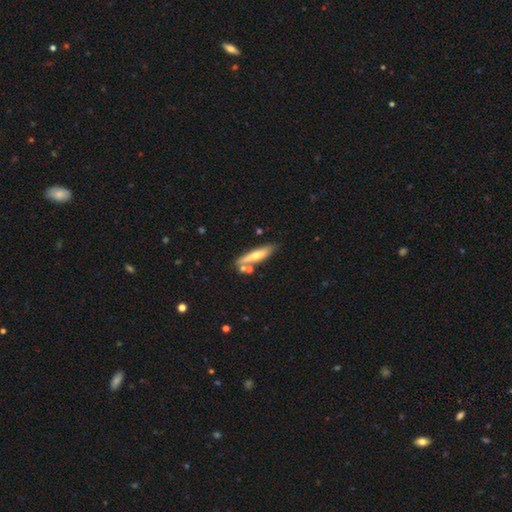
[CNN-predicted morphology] Smooth or featured: smooth — 55% (featured or disk — 39%)
How rounded: cigar-shaped — 79% (in between — 19%)
Merging: none — 69% (minor disturbance — 15%)